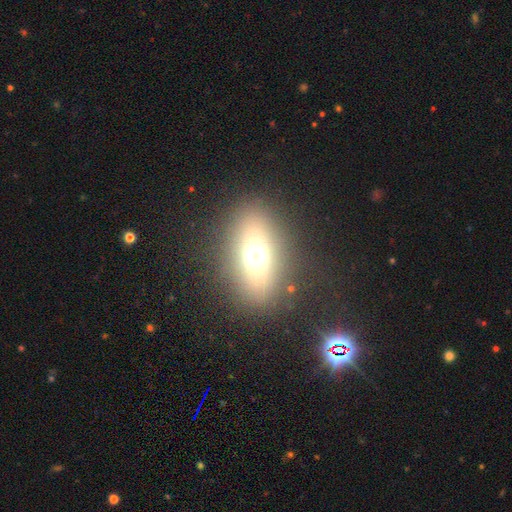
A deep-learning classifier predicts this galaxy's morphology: smooth 60%, featured or disk 21%, star or artifact 19%. Down the decision tree: how rounded — in between (70%); merging — none (85%).